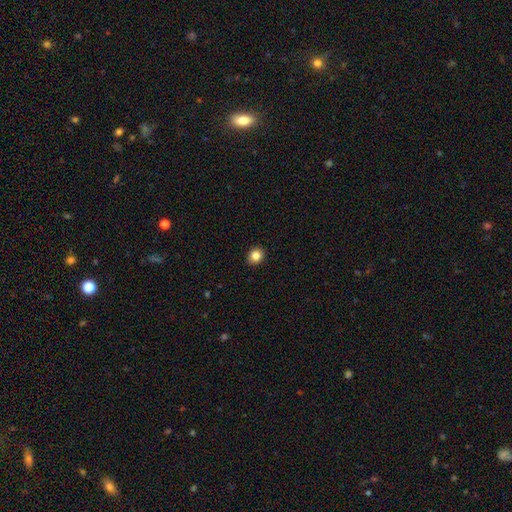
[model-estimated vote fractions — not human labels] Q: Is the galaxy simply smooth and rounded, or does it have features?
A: smooth — 84%.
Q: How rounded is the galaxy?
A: round — 72%.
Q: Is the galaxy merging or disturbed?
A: none — 91%.